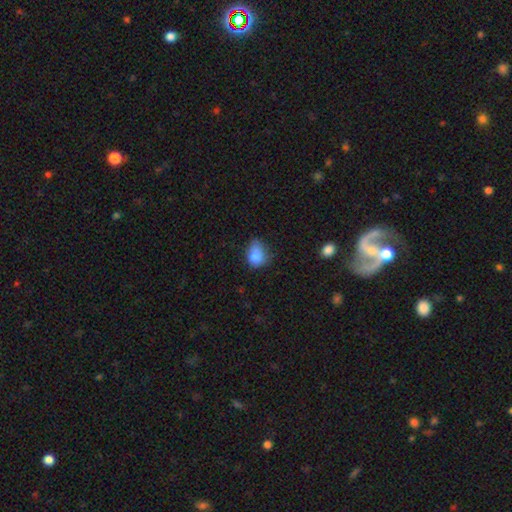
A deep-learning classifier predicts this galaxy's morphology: A smooth galaxy with no disk features (82%) that is in between round and cigar-shaped (65%).

Vote fractions:
- Smooth or featured? smooth: 82% / star or artifact: 10% / featured or disk: 9%
- How rounded? in between: 65% / round: 33% / cigar-shaped: 1%
- Merging? minor disturbance: 42% / none: 39% / major disturbance: 15% / merger: 4%